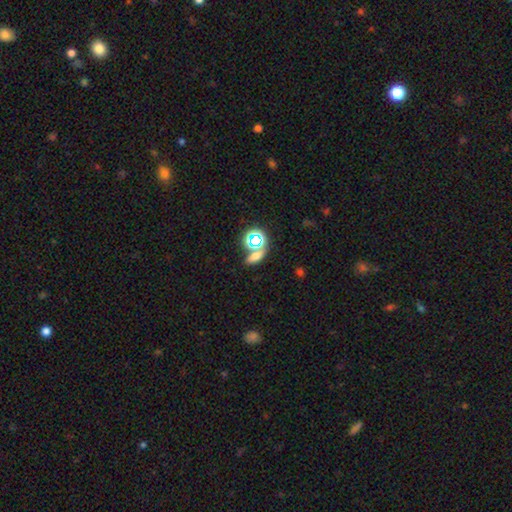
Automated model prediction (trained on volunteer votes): Morphology: type=smooth (51%); roundness=in between (57%); merging=none (63%).